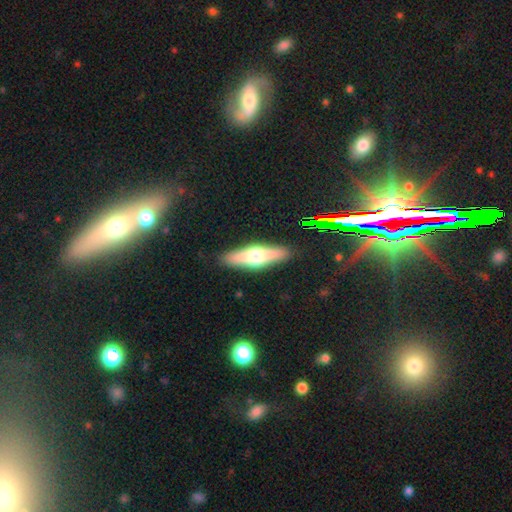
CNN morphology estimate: This appears to be a featured or disk galaxy (47%). Merging: none (89%).